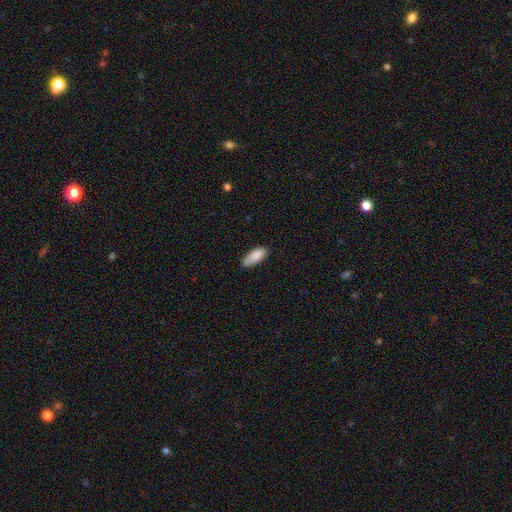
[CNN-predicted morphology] This appears to be a smooth galaxy with no disk features (86%) that is in between round and cigar-shaped (78%). Merging: none (70%).